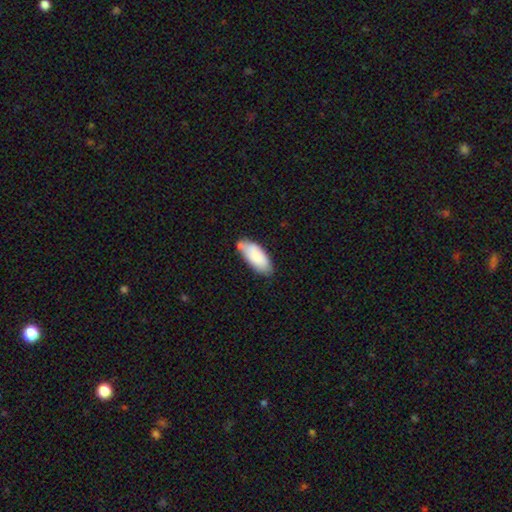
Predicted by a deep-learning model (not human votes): smooth_or_featured: smooth (p=0.85) [alt: featured or disk p=0.09]
how_rounded: in between (p=0.85) [alt: cigar-shaped p=0.14]
merging: none (p=0.63) [alt: minor disturbance p=0.24]